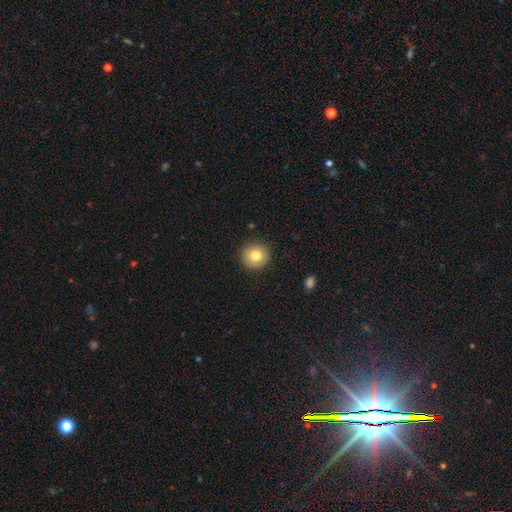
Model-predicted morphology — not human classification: Smooth or featured? Predicted: smooth (p=0.79). How rounded? Predicted: round (p=0.94). Merging? Predicted: none (p=0.90).